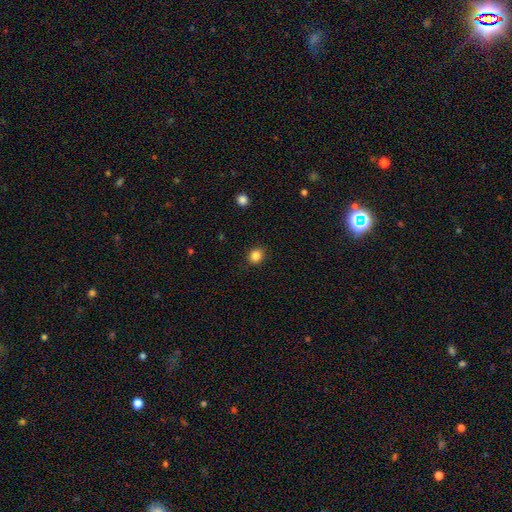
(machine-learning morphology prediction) The model was most divided on "how rounded": round: 74%, in between: 25%, cigar-shaped: 1%. More confident: merging — none (89%); smooth or featured — smooth (85%).